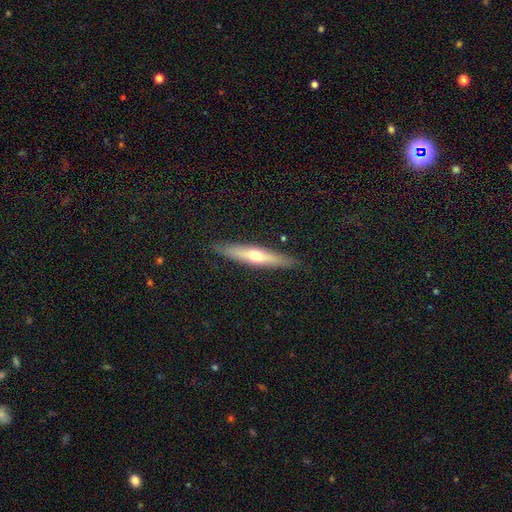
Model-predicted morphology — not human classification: This appears to be a featured or disk galaxy (52%) viewed edge-on (89%). Merging: none (88%).